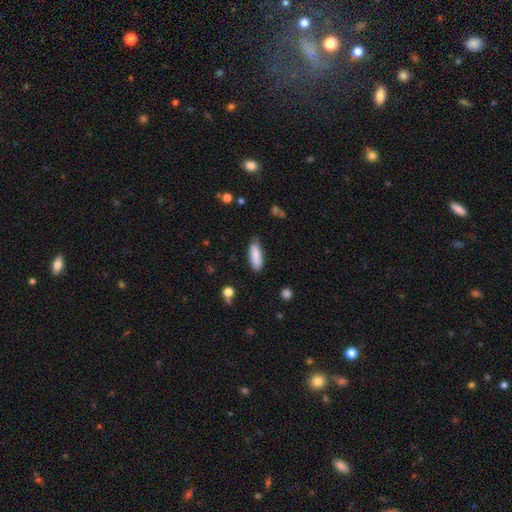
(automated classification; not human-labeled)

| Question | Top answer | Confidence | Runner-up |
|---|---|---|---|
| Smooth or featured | smooth | 87% | featured or disk (7%) |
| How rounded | in between | 60% | cigar-shaped (38%) |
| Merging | none | 83% | minor disturbance (13%) |